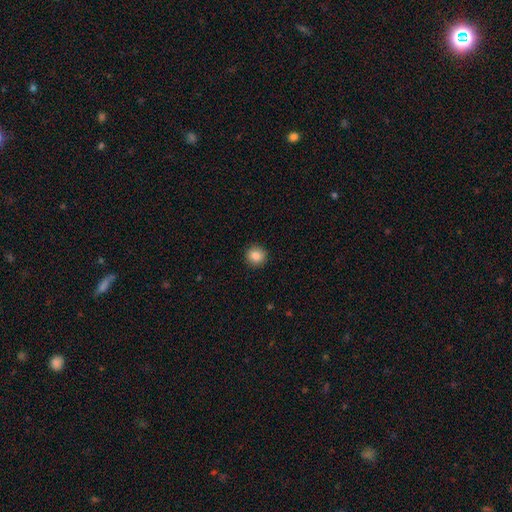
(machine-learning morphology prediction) Smooth or featured? Predicted: smooth (p=0.86). How rounded? Predicted: round (p=0.92). Merging? Predicted: none (p=0.92).